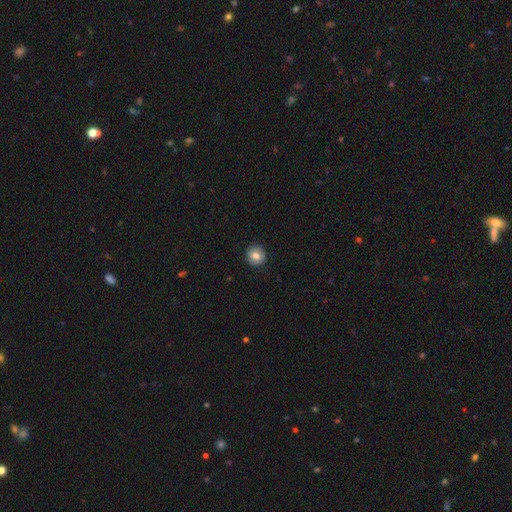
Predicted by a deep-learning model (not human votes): A smooth galaxy with no disk features (79%) that is round (92%).

Vote fractions:
- Smooth or featured? smooth: 79% / featured or disk: 13% / star or artifact: 9%
- How rounded? round: 92% / in between: 7% / cigar-shaped: 1%
- Merging? none: 91% / minor disturbance: 6% / major disturbance: 2% / merger: 1%